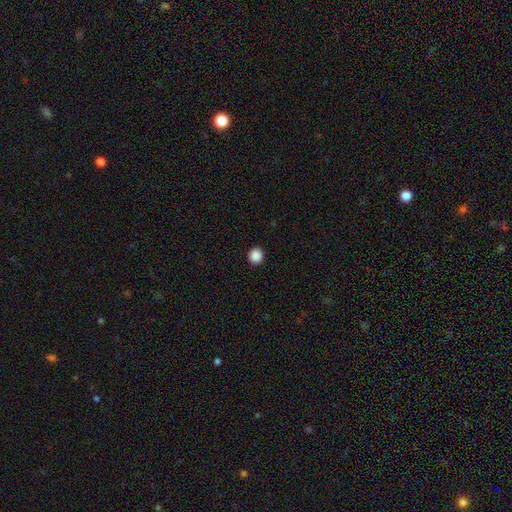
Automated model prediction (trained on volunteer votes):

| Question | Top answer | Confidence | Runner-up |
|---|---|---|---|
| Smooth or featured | smooth | 88% | star or artifact (9%) |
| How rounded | round | 92% | in between (7%) |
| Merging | none | 93% | minor disturbance (4%) |